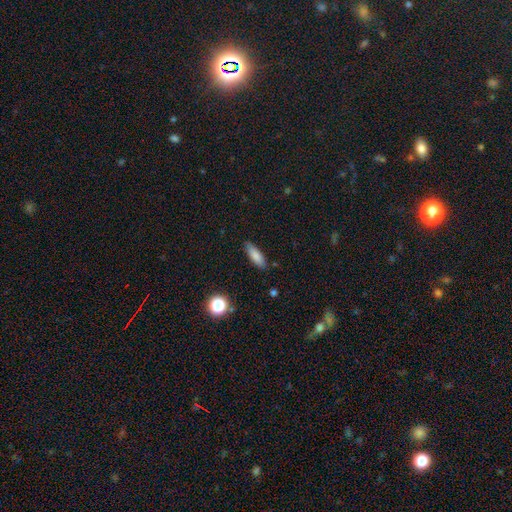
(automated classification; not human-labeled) Smooth or featured? smooth (82%)
How rounded? in between (54%)
Merging? none (85%)